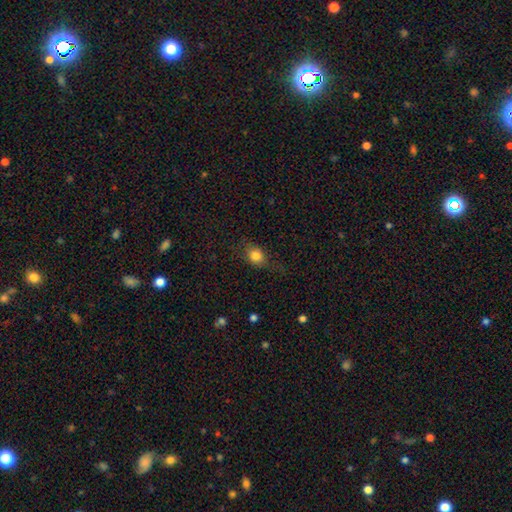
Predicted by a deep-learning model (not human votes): smooth 79%, star or artifact 11%, featured or disk 10%. Down the decision tree: how rounded — in between (53%); merging — none (67%).